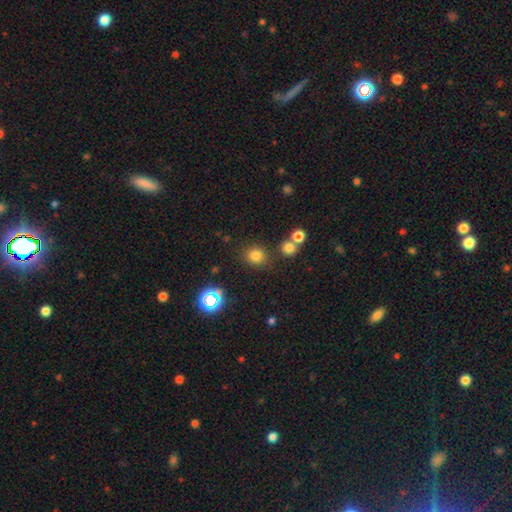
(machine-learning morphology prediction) Smooth or featured? smooth (76%)
How rounded? round (83%)
Merging? none (79%)